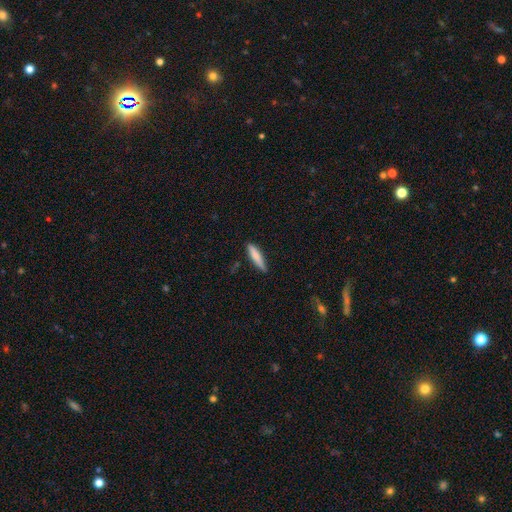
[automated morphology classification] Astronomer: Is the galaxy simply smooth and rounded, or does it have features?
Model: smooth — 79%.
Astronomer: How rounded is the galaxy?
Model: cigar-shaped — 83%.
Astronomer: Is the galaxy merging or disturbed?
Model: none — 78%.